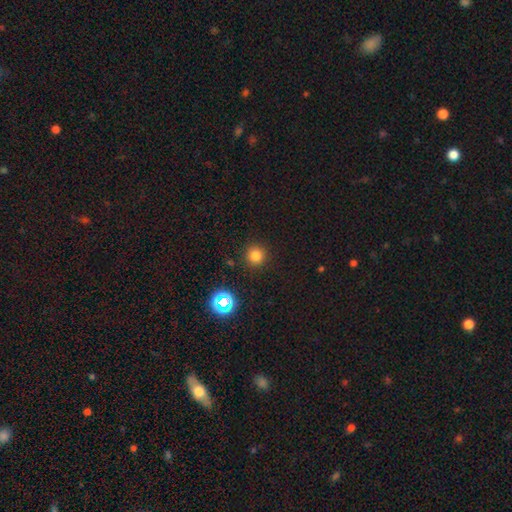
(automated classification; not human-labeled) A smooth galaxy with no disk features (76%) that is round (94%). Merging: none (90%).